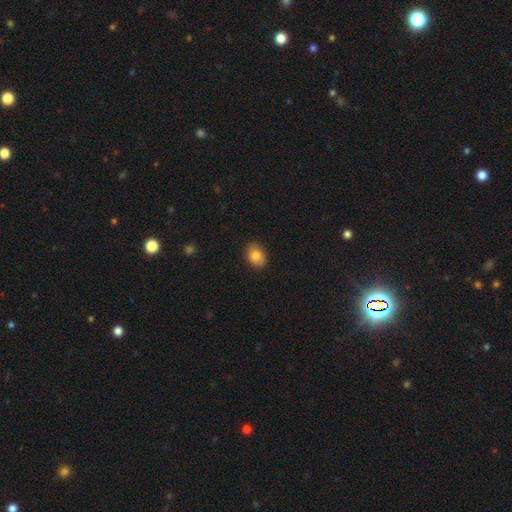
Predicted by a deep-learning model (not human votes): Overall: smooth (83%). How rounded: in between (71%). Merging: none (84%).